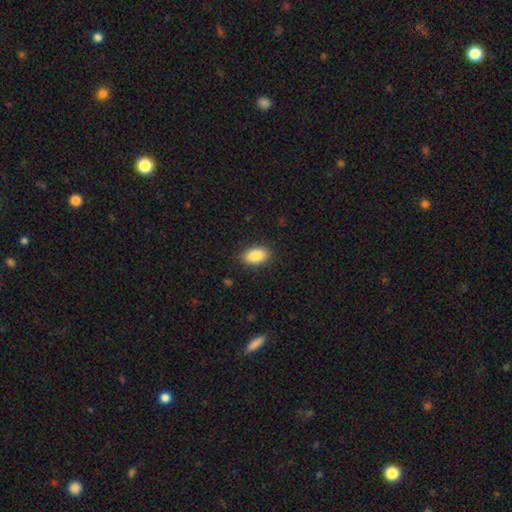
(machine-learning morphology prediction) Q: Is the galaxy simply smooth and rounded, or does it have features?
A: smooth — 88%.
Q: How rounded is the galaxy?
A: in between — 92%.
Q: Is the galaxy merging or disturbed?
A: none — 89%.